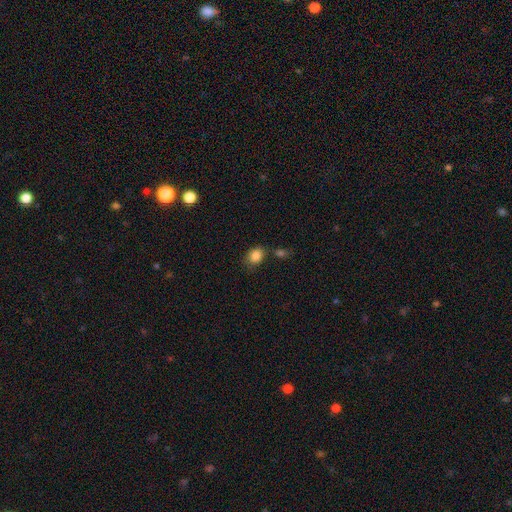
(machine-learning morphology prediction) This appears to be a smooth galaxy with no disk features (86%) that is in between round and cigar-shaped (61%). Merging: none (65%).